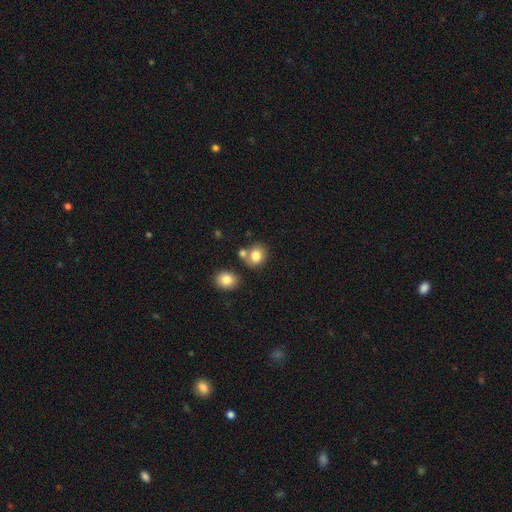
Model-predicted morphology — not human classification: Smooth or featured? Predicted: smooth (p=0.82). How rounded? Predicted: round (p=0.68). Merging? Predicted: none (p=0.59).